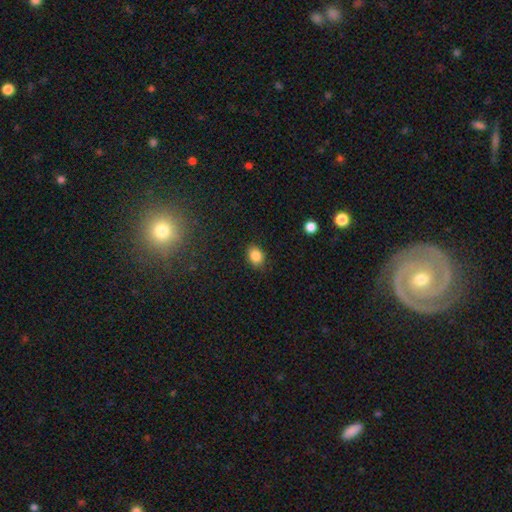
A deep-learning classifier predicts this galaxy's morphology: Smooth or featured: smooth — 85% (star or artifact — 10%)
How rounded: in between — 65% (round — 33%)
Merging: none — 83% (minor disturbance — 13%)